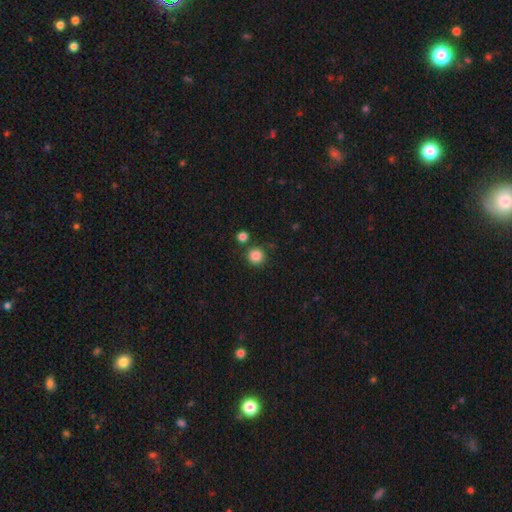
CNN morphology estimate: A smooth galaxy with no disk features (86%) that is round (92%). Merging: none (82%).